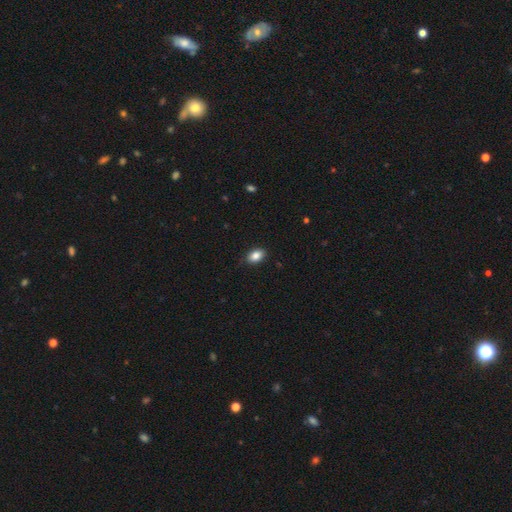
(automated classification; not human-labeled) Smooth or featured? smooth (86%)
How rounded? in between (84%)
Merging? none (83%)